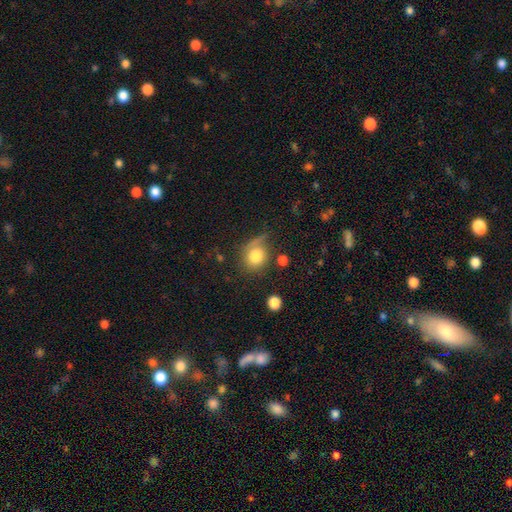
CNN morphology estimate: This appears to be a smooth galaxy with no disk features (78%) that is round (74%). Merging: none (58%).